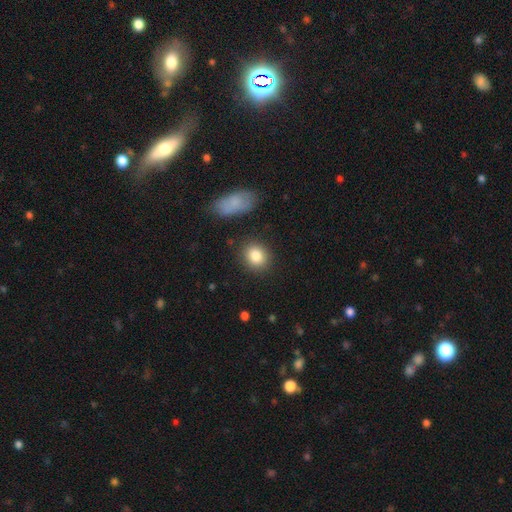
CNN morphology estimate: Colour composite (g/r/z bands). It shows a smooth galaxy with no disk features (84%) that is round (70%). Merging: none (86%).